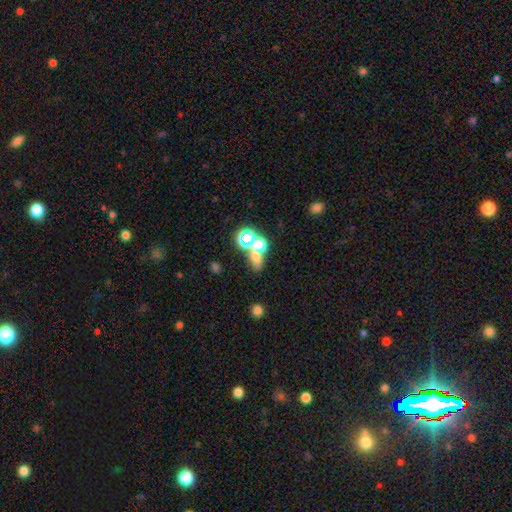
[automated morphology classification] smooth-or-featured: smooth: 55% | star or artifact: 31% | featured or disk: 14%
  how-rounded: round: 49% | in between: 46% | cigar-shaped: 5%
  merging: merger: 43% | none: 41% | minor disturbance: 9% | major disturbance: 7%